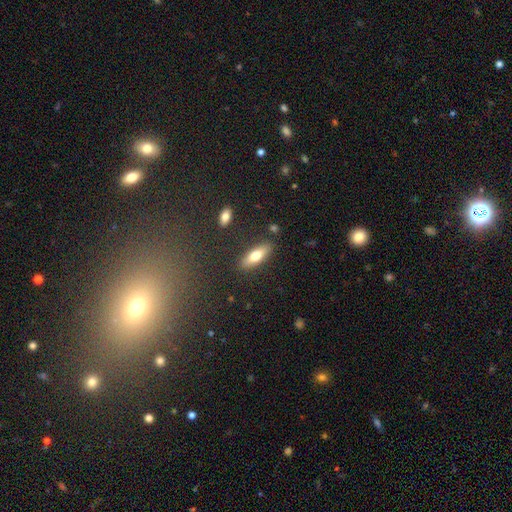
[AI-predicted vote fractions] smooth 69%, featured or disk 24%, star or artifact 6%. Down the decision tree: how rounded — in between (55%); merging — none (85%).